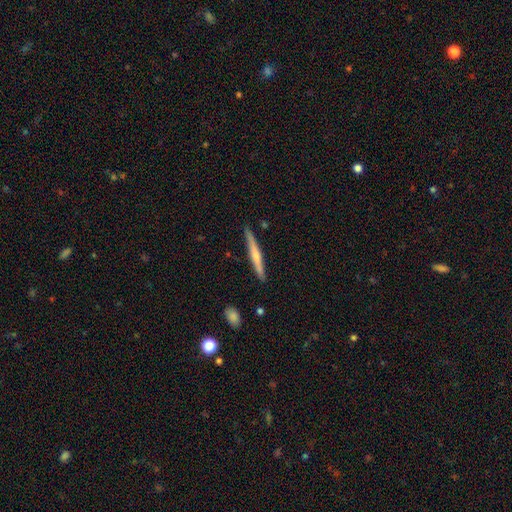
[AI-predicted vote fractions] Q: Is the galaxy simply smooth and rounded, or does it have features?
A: featured or disk — 47%, tied with smooth.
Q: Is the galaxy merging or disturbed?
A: none — 87%.